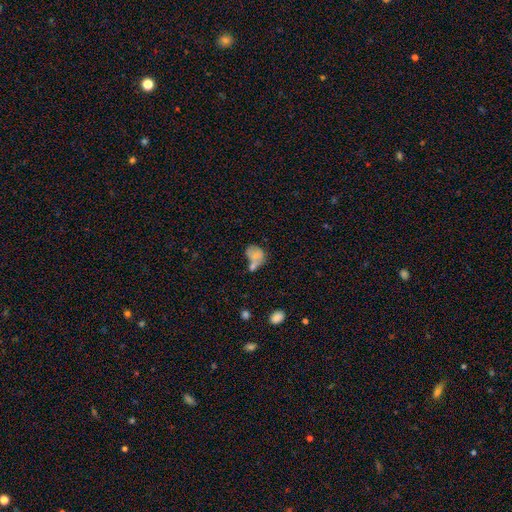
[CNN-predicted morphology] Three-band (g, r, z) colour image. It shows a smooth galaxy with no disk features (67%) that is in between round and cigar-shaped (57%). Merging: merger (41%).